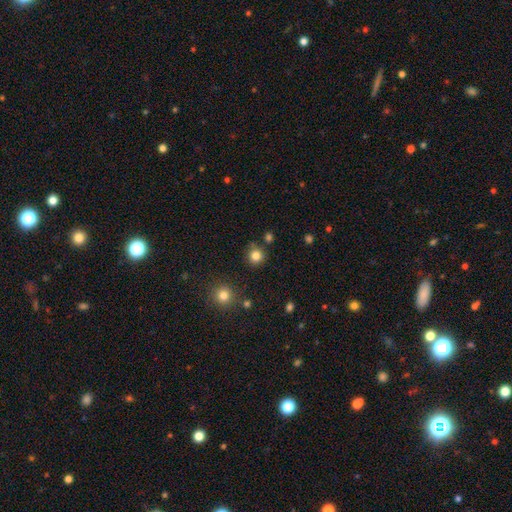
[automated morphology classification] Smooth or featured?
  - smooth: 82% *
  - star or artifact: 13%
  - featured or disk: 5%
How rounded?
  - round: 94% *
  - in between: 5%
  - cigar-shaped: 1%
Merging?
  - none: 85% *
  - minor disturbance: 8%
  - merger: 5%
  - major disturbance: 3%